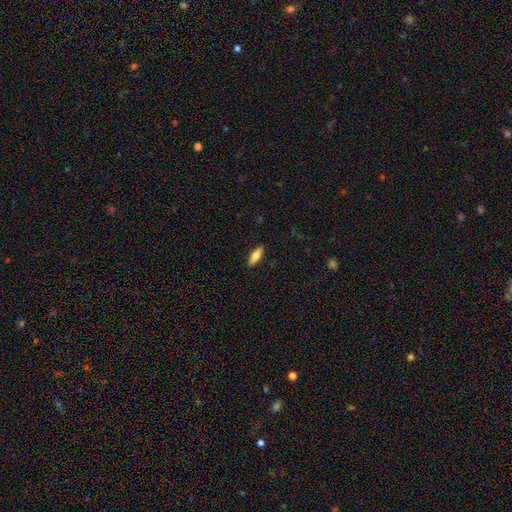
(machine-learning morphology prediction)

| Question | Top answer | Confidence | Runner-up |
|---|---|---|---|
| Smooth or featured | smooth | 68% | featured or disk (26%) |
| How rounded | in between | 51% | cigar-shaped (47%) |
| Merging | none | 90% | minor disturbance (8%) |